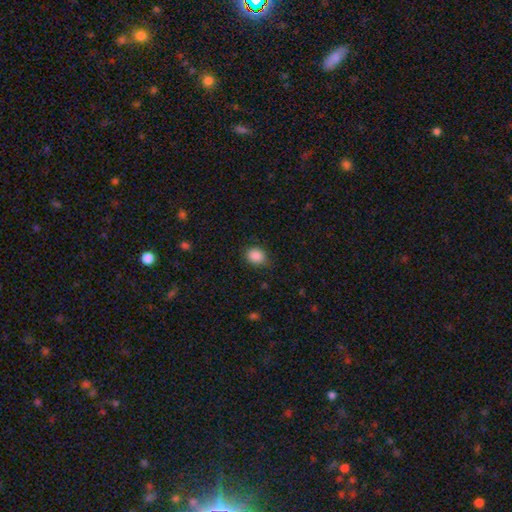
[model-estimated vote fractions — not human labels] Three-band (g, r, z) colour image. It shows a smooth galaxy with no disk features (88%) that is round (54%). Merging: none (80%).